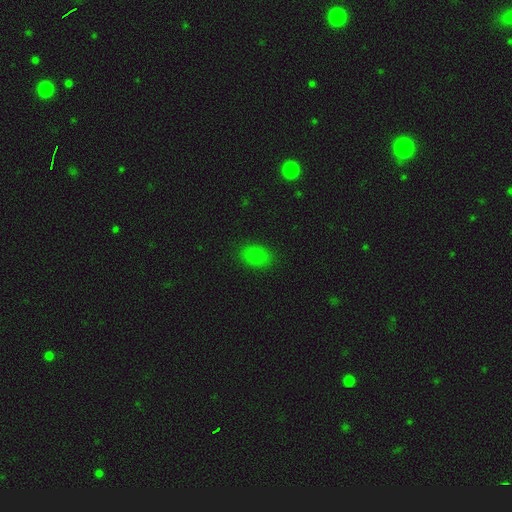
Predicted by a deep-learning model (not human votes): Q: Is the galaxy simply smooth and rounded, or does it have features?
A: smooth — 79%.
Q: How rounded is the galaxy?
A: in between — 84%.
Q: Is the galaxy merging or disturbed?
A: none — 81%.